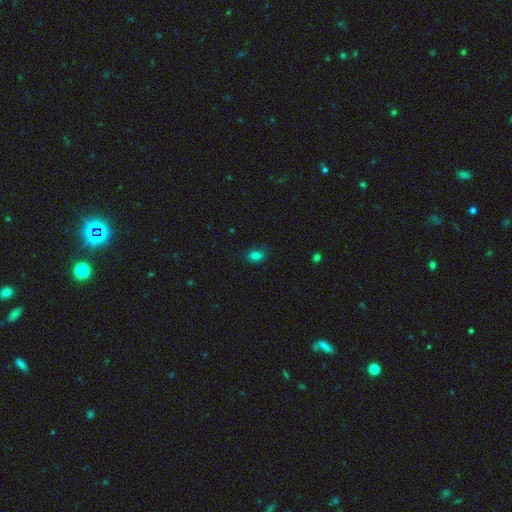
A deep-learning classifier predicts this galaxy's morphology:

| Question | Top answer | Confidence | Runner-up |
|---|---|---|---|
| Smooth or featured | smooth | 80% | star or artifact (15%) |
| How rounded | in between | 75% | round (23%) |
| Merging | none | 78% | minor disturbance (17%) |